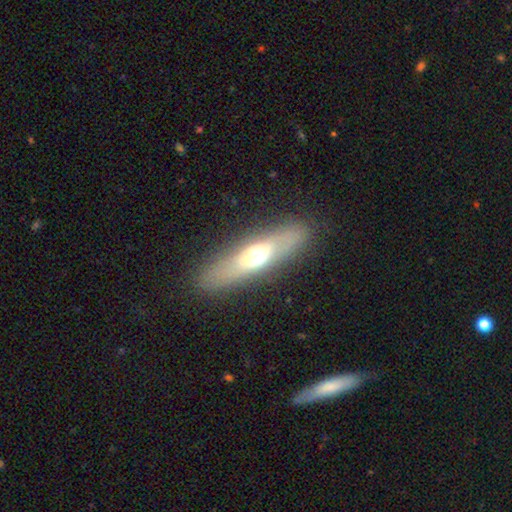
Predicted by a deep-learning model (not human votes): smooth_or_featured: smooth (p=0.48) [alt: featured or disk p=0.43]
merging: none (p=0.86) [alt: minor disturbance p=0.09]